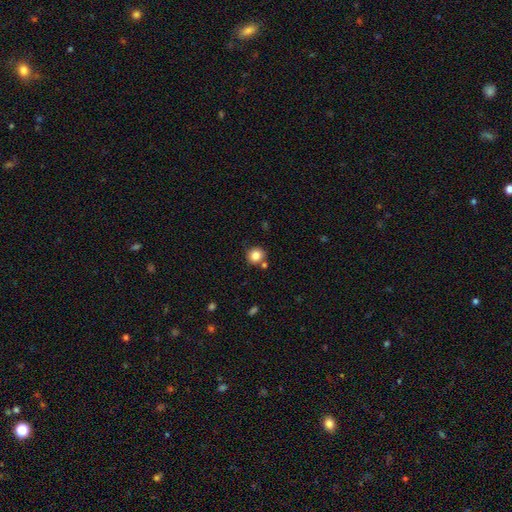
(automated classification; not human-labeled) A smooth galaxy with no disk features (83%) that is round (87%). Merging: none (77%).